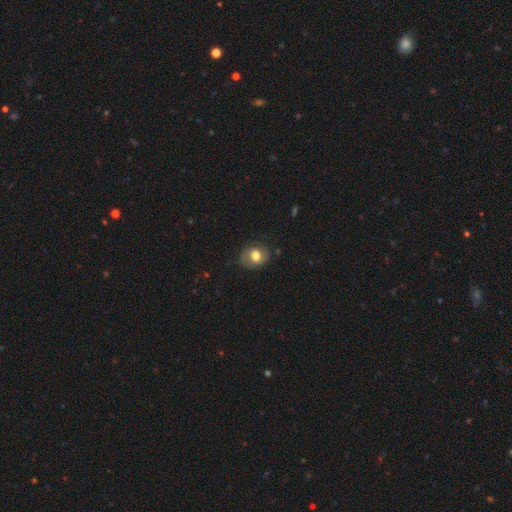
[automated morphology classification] Overall: smooth (60%; featured or disk 31%). How rounded: round (62%; in between 37%). Merging: none (75%).